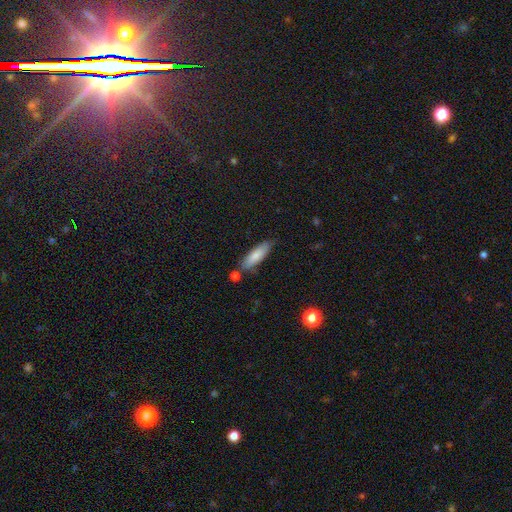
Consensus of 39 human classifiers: This appears to be a smooth galaxy with no disk features (82%) that is cigar-shaped (59%). Merging: none (76%).